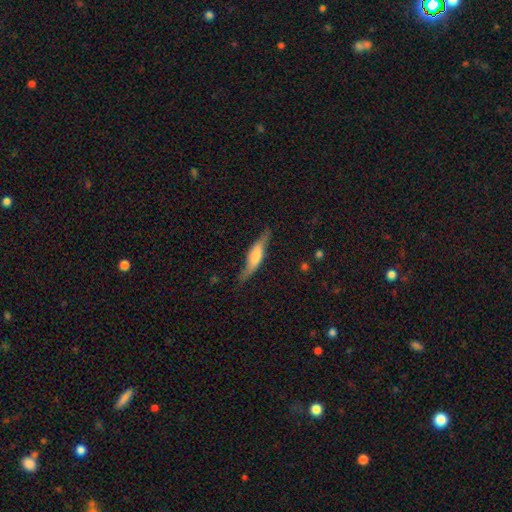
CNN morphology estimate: A featured or disk galaxy (50%) viewed edge-on (78%). Merging: none (73%).